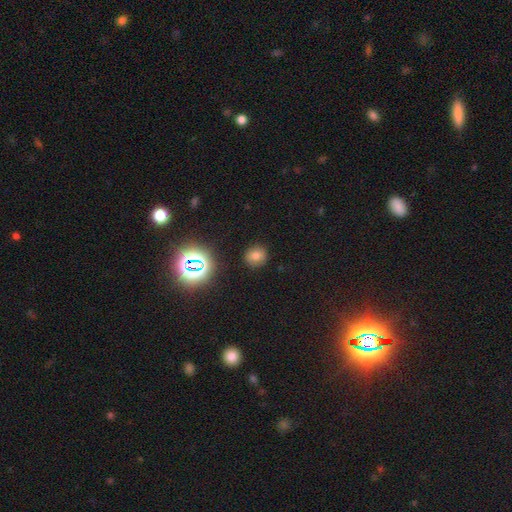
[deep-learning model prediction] smooth 73%, star or artifact 20%, featured or disk 8%. Down the decision tree: how rounded — round (83%); merging — none (88%).